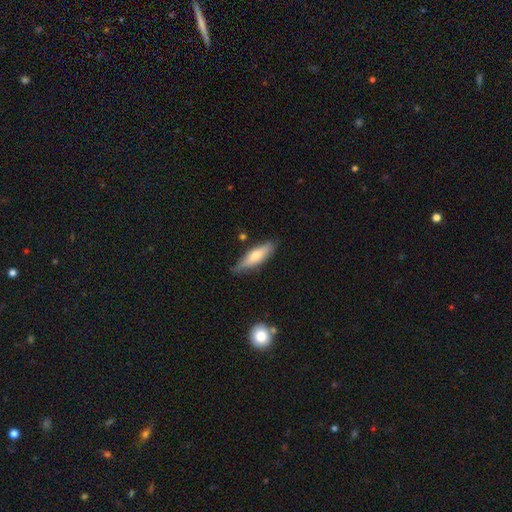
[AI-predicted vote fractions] Smooth or featured? Predicted: smooth (p=0.66). How rounded? Predicted: cigar-shaped (p=0.59). Merging? Predicted: none (p=0.77).